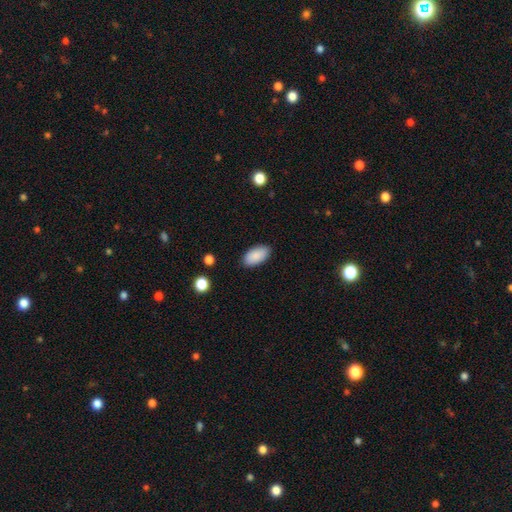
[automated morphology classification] type=smooth (89%); roundness=in between (95%); merging=none (87%).